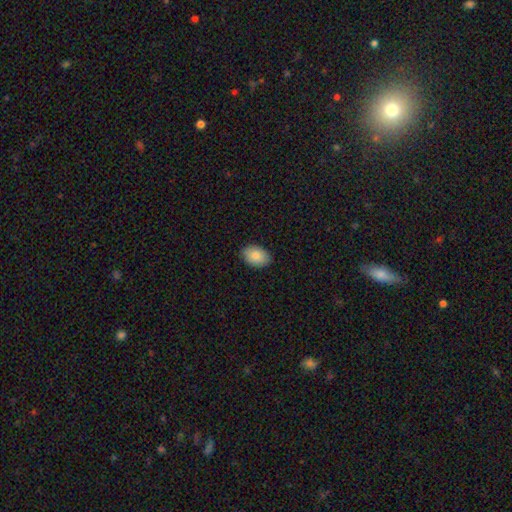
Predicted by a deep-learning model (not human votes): A smooth galaxy with no disk features (86%) that is in between round and cigar-shaped (87%). Merging: none (88%).